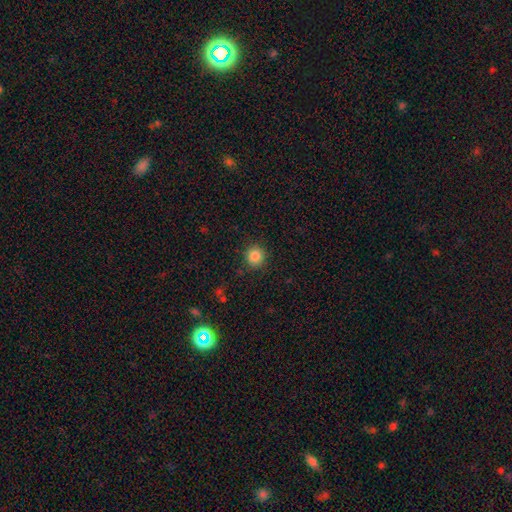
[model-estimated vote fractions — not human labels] This appears to be a smooth galaxy with no disk features (85%) that is round (92%). Merging: none (88%).